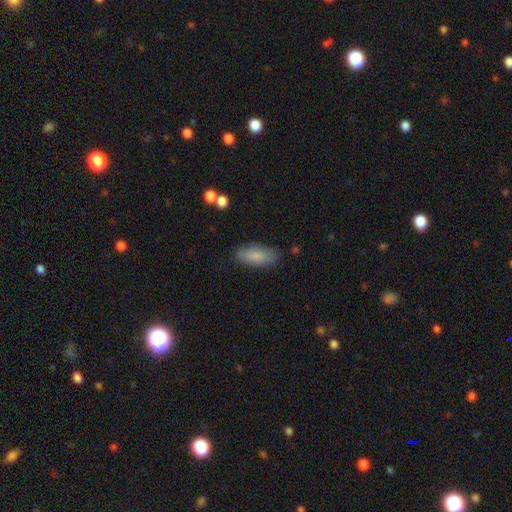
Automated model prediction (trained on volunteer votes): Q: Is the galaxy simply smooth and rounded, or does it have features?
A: smooth — 83%.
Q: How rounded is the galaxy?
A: in between — 76%.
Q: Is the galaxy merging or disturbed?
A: none — 84%.